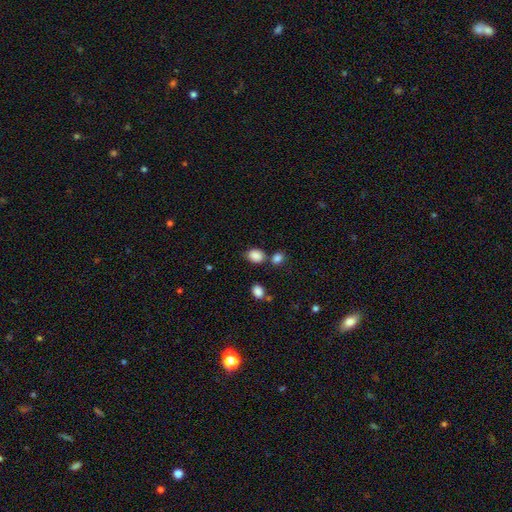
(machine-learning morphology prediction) smooth_or_featured: smooth (p=0.86) [alt: star or artifact p=0.10]
how_rounded: in between (p=0.58) [alt: round p=0.40]
merging: none (p=0.63) [alt: merger p=0.16]